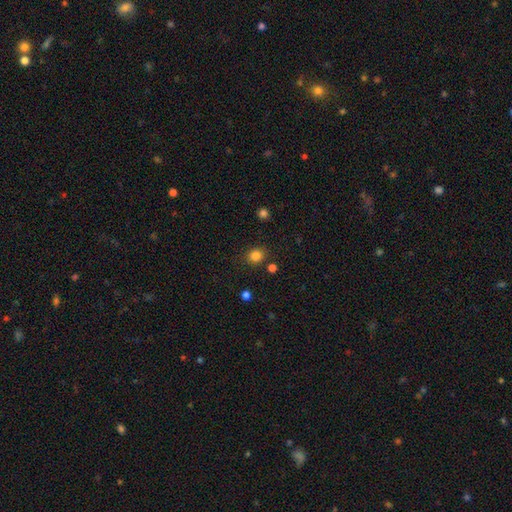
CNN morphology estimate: Overall: smooth (83%). How rounded: round (77%). Merging: none (85%).